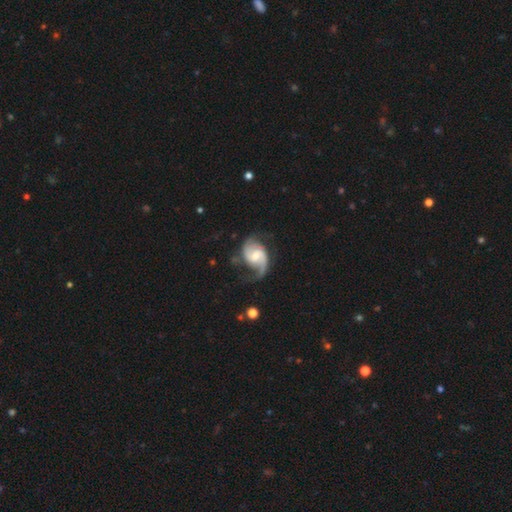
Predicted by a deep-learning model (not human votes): Morphology: type=featured or disk (89%); edge-on=no (98%); bar=weak (49%); spiral arms=yes (97%); winding=medium (48%); arm count=2 (85%); bulge=moderate (54%); merging=none (60%).